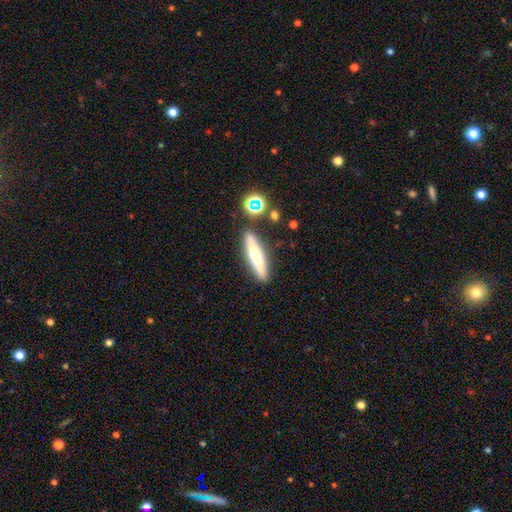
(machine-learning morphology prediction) A smooth galaxy with no disk features (57%) that is cigar-shaped (83%).

Vote fractions:
- Smooth or featured? smooth: 57% / featured or disk: 36% / star or artifact: 8%
- How rounded? cigar-shaped: 83% / in between: 15% / round: 2%
- Merging? none: 84% / minor disturbance: 9% / merger: 4% / major disturbance: 2%